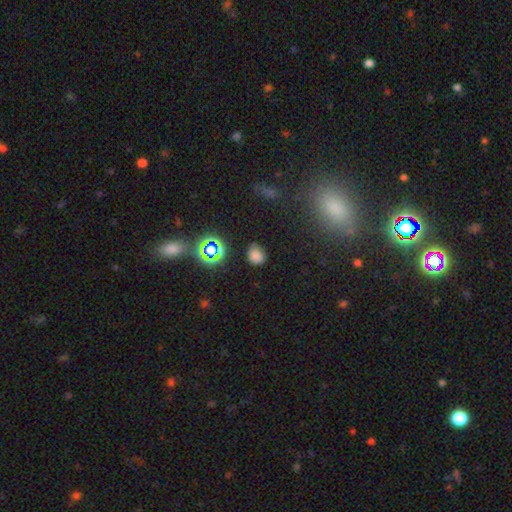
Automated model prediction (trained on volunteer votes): smooth-or-featured: smooth: 72% | star or artifact: 22% | featured or disk: 6%
  how-rounded: round: 55% | in between: 44% | cigar-shaped: 1%
  merging: none: 76% | minor disturbance: 18% | major disturbance: 4% | merger: 2%